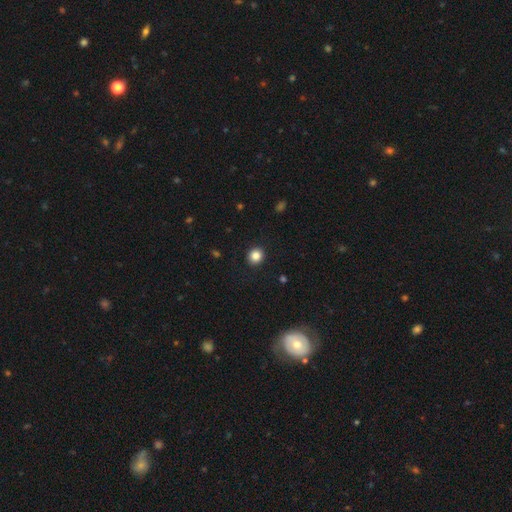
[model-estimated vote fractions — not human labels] Overall: smooth (85%). How rounded: round (89%). Merging: none (92%).